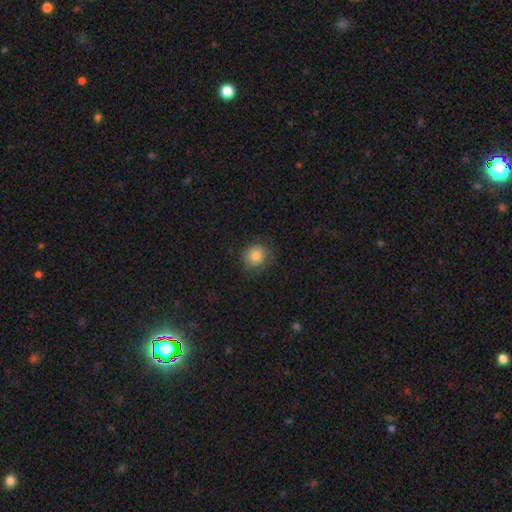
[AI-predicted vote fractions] Q: Smooth or featured?
A: smooth (81%); runner-up: star or artifact (9%)
Q: How rounded?
A: round (82%); runner-up: in between (17%)
Q: Merging?
A: none (79%); runner-up: minor disturbance (16%)